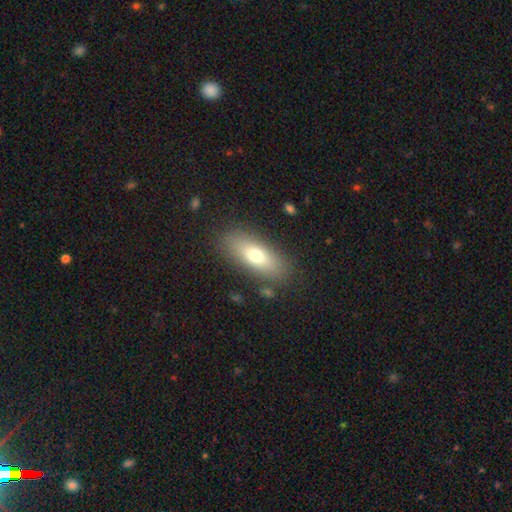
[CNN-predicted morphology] Smooth or featured: smooth — 71% (featured or disk — 21%)
How rounded: in between — 75% (cigar-shaped — 21%)
Merging: none — 83% (minor disturbance — 11%)